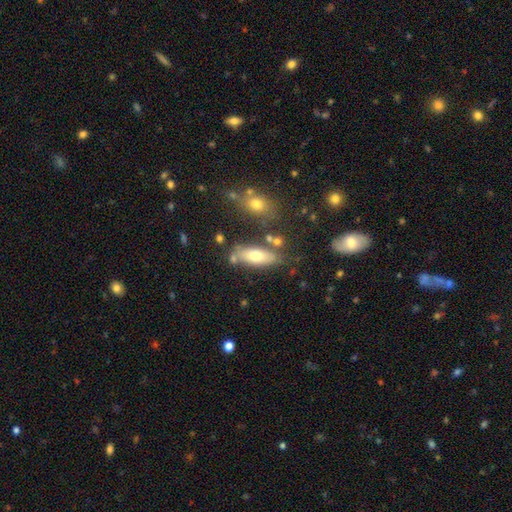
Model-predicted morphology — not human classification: smooth_or_featured: smooth (p=0.66) [alt: featured or disk p=0.26]
how_rounded: in between (p=0.69) [alt: cigar-shaped p=0.28]
merging: none (p=0.70) [alt: minor disturbance p=0.15]